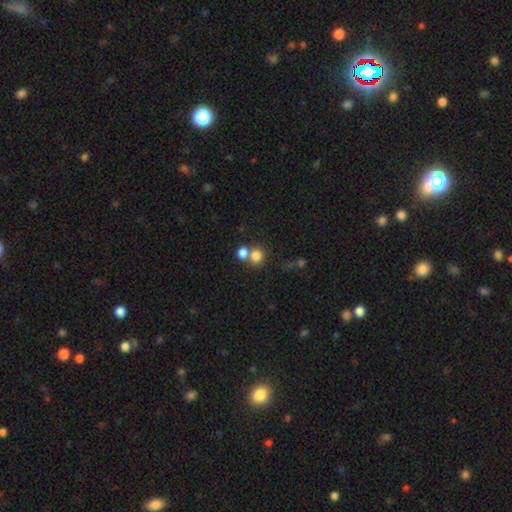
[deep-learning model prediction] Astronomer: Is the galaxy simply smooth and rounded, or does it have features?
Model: smooth — 79%.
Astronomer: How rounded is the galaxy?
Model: round — 84%.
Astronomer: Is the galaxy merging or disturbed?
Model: merger — 45% (runner-up: none, 44%).